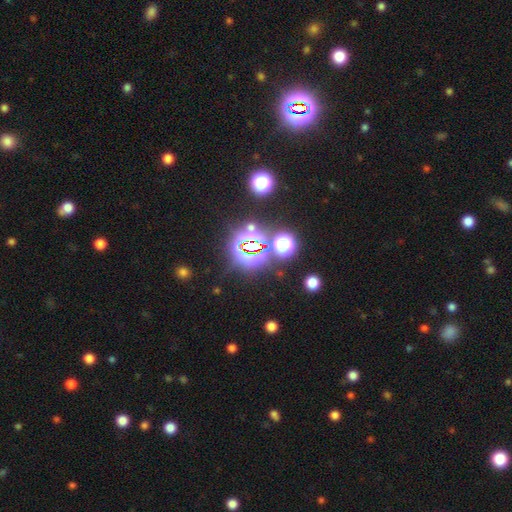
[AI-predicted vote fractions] A star or artifact, not a galaxy (79%).

Vote fractions:
- Smooth or featured? star or artifact: 79% / smooth: 15% / featured or disk: 6%